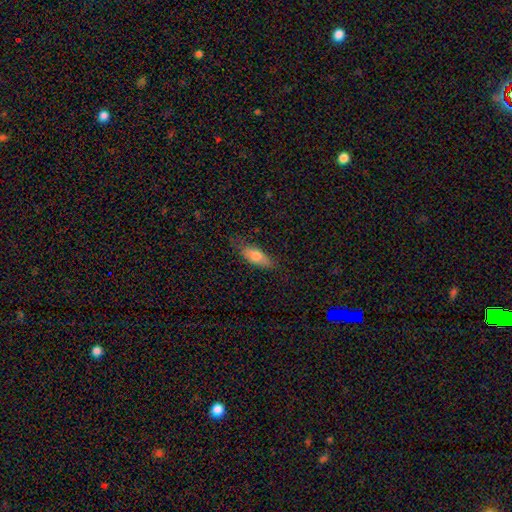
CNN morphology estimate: Smooth or featured? Predicted: smooth (p=0.76). How rounded? Predicted: in between (p=0.75). Merging? Predicted: none (p=0.72).